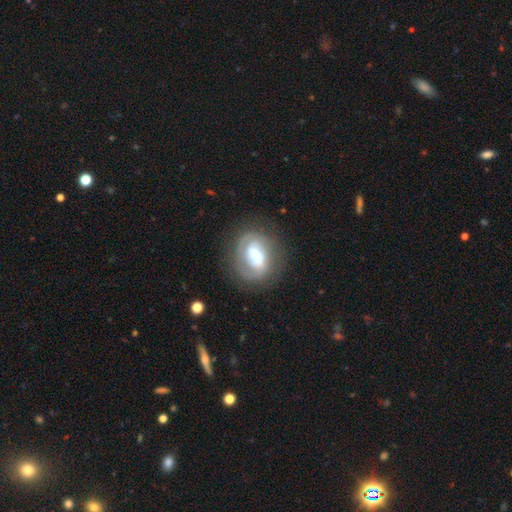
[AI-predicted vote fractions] Smooth or featured? featured or disk (71%)
Edge-on disk? no (97%)
Bar? weak (44%)
Spiral arms? yes (84%)
Spiral winding? tight (51%)
Spiral arm count? 2 (56%)
Bulge size? moderate (41%)
Merging? none (70%)